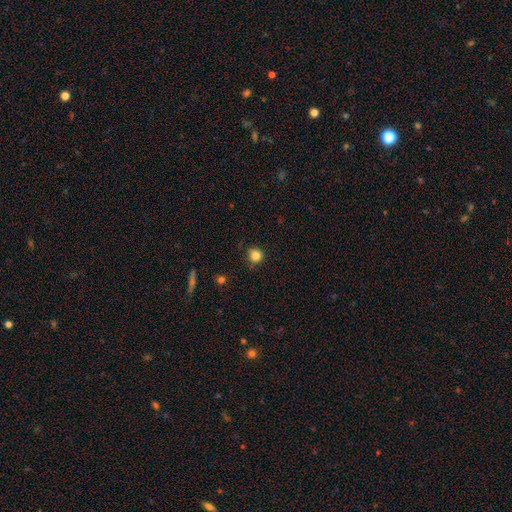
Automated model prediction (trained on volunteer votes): smooth 82%, star or artifact 12%, featured or disk 6%. Down the decision tree: how rounded — round (87%); merging — none (73%).